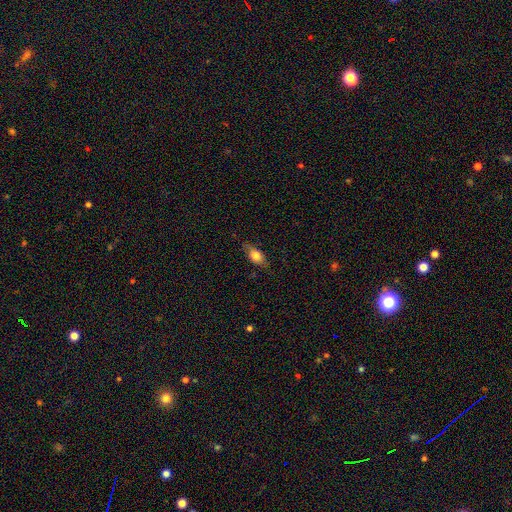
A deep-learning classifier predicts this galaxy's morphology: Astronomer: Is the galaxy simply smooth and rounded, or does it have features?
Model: smooth — 69%.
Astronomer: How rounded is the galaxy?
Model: in between — 78%.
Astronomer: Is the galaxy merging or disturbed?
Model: none — 74%.